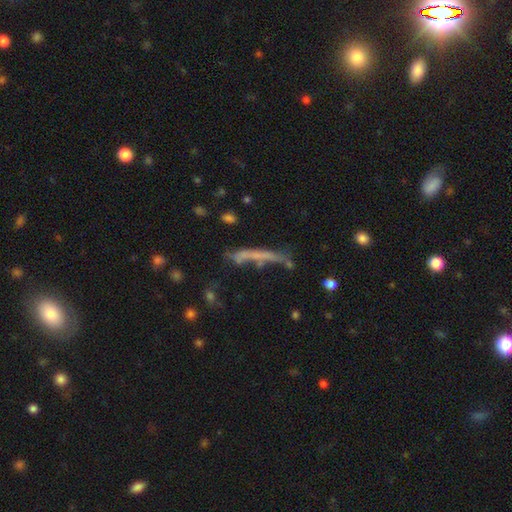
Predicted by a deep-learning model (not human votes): This appears to be a smooth galaxy with no disk features (49%). Merging: none (50%).